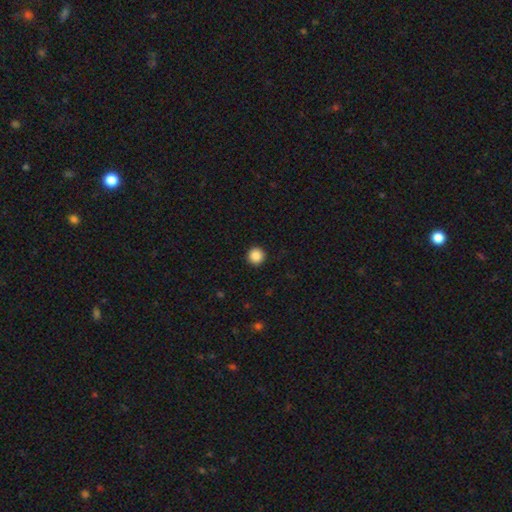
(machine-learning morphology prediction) Smooth or featured? Predicted: smooth (p=0.88). How rounded? Predicted: round (p=0.96). Merging? Predicted: none (p=0.93).